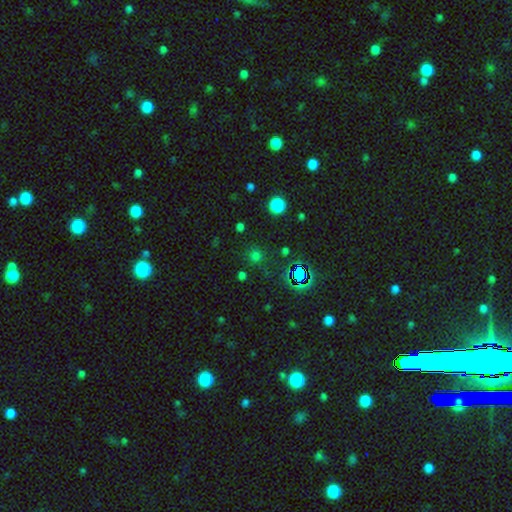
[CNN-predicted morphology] A smooth galaxy with no disk features (55%) that is round (90%).

Vote fractions:
- Smooth or featured? smooth: 55% / star or artifact: 38% / featured or disk: 6%
- How rounded? round: 90% / in between: 9% / cigar-shaped: 1%
- Merging? none: 82% / minor disturbance: 10% / major disturbance: 5% / merger: 3%